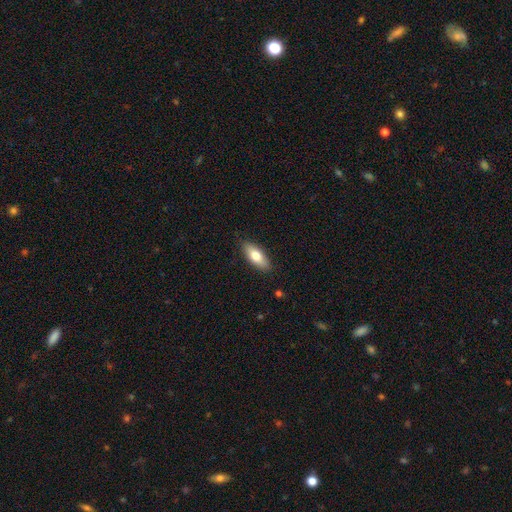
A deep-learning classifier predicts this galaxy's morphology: smooth 74%, featured or disk 20%, star or artifact 6%. Down the decision tree: how rounded — in between (77%); merging — none (87%).